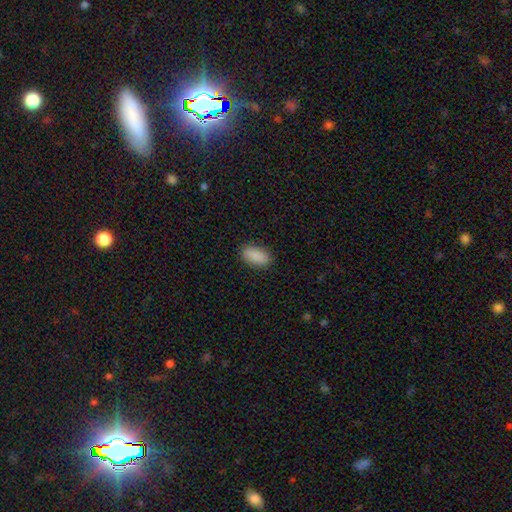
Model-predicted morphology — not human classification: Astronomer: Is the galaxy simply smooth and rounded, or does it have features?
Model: smooth — 90%.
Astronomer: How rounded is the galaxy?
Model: in between — 92%.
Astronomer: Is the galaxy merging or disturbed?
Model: none — 88%.